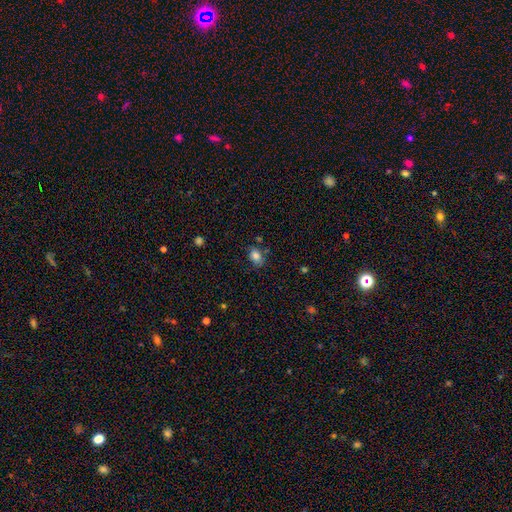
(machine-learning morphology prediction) A smooth galaxy with no disk features (81%) that is in between round and cigar-shaped (67%). Merging: none (68%).